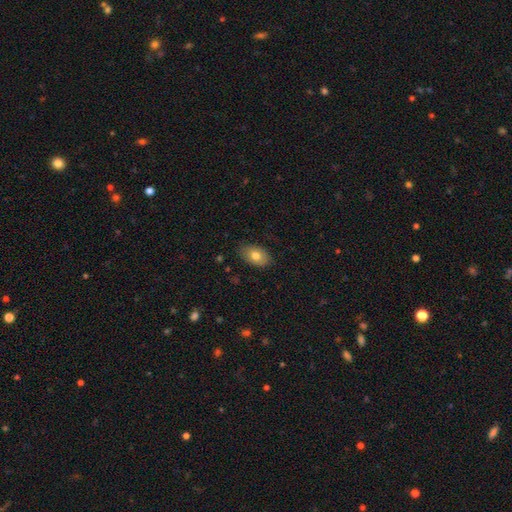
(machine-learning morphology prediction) smooth-or-featured: smooth: 77% | featured or disk: 15% | star or artifact: 7%
  how-rounded: in between: 89% | round: 10% | cigar-shaped: 1%
  merging: none: 83% | minor disturbance: 13% | major disturbance: 2% | merger: 1%